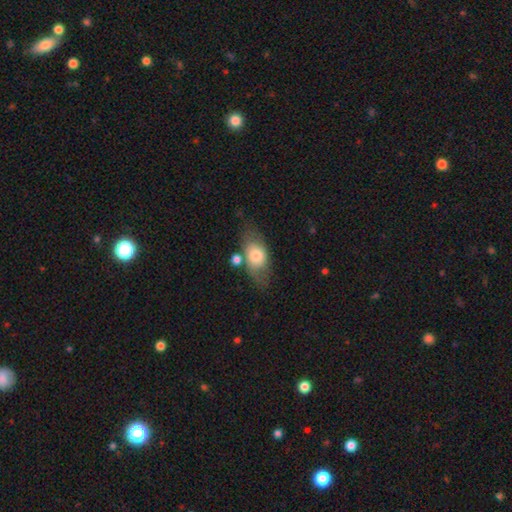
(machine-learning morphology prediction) type=smooth (66%); roundness=in between (80%); merging=none (59%).